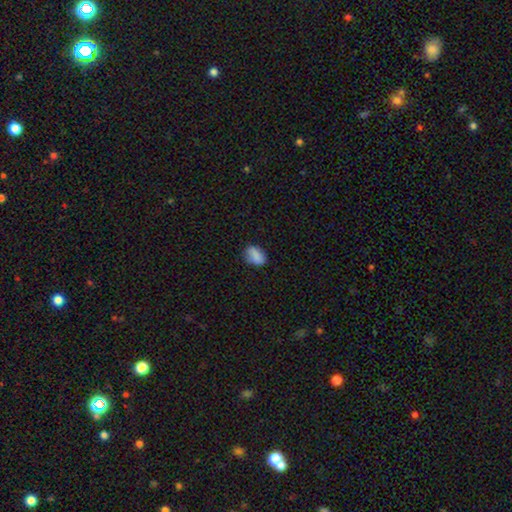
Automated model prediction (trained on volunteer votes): Smooth or featured?
  - smooth: 85% *
  - star or artifact: 9%
  - featured or disk: 7%
How rounded?
  - in between: 83% *
  - round: 15%
  - cigar-shaped: 2%
Merging?
  - none: 75% *
  - minor disturbance: 19%
  - major disturbance: 4%
  - merger: 2%